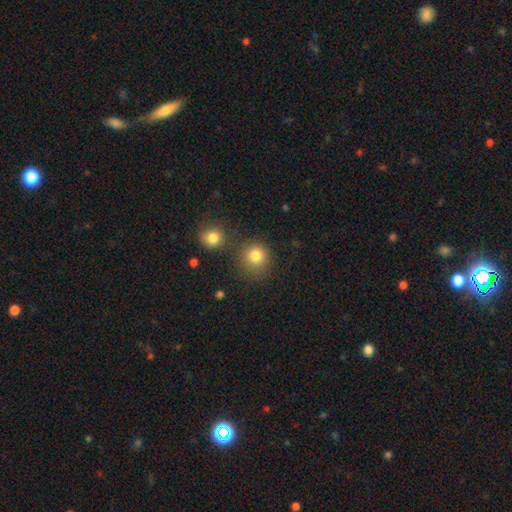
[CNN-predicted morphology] Q: Smooth or featured?
A: smooth (81%); runner-up: star or artifact (13%)
Q: How rounded?
A: round (90%); runner-up: in between (9%)
Q: Merging?
A: none (74%); runner-up: merger (13%)